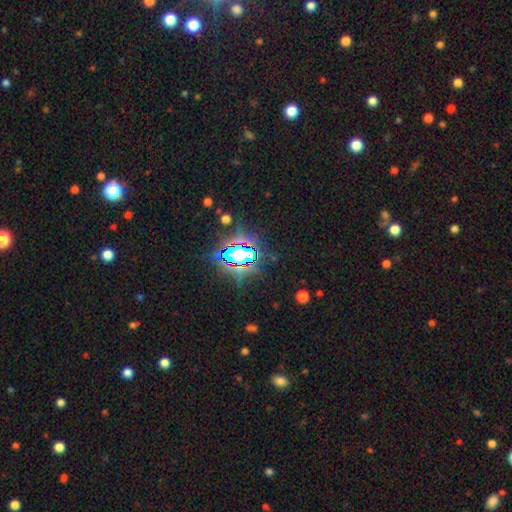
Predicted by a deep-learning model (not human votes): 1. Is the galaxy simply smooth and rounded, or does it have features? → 80% star or artifact, 12% smooth, 8% featured or disk.